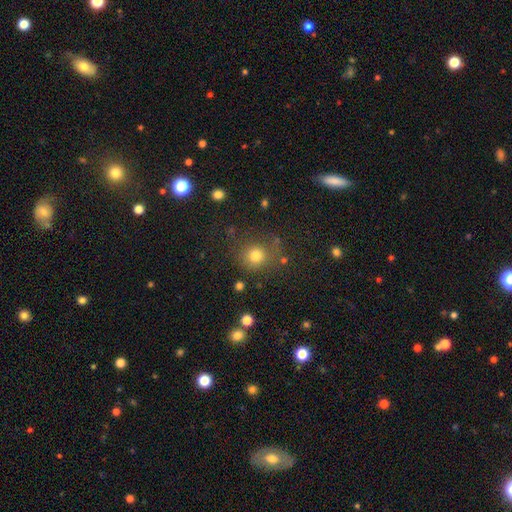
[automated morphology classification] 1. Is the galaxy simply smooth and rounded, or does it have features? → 77% smooth, 15% star or artifact, 8% featured or disk.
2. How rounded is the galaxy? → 87% round, 12% in between, 1% cigar-shaped.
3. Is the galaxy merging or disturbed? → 73% none, 14% minor disturbance, 7% major disturbance, 5% merger.